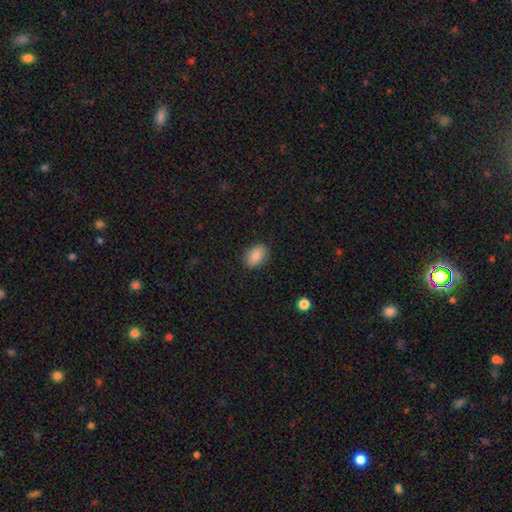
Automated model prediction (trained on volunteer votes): This appears to be a smooth galaxy with no disk features (86%) that is in between round and cigar-shaped (72%). Merging: none (86%).